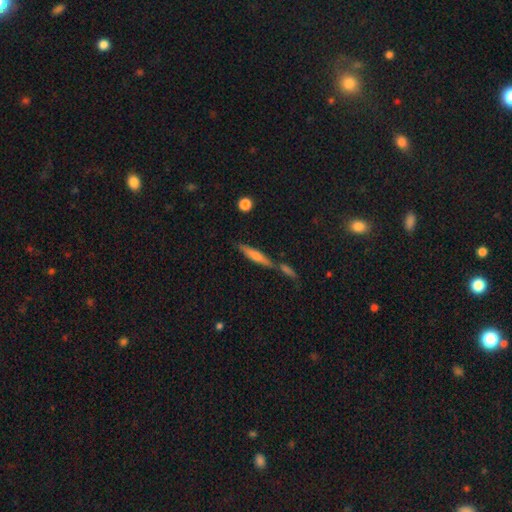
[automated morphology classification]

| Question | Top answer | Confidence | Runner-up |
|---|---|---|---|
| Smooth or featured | featured or disk | 52% | smooth (38%) |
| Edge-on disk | yes | 94% | no (6%) |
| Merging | none | 69% | merger (18%) |